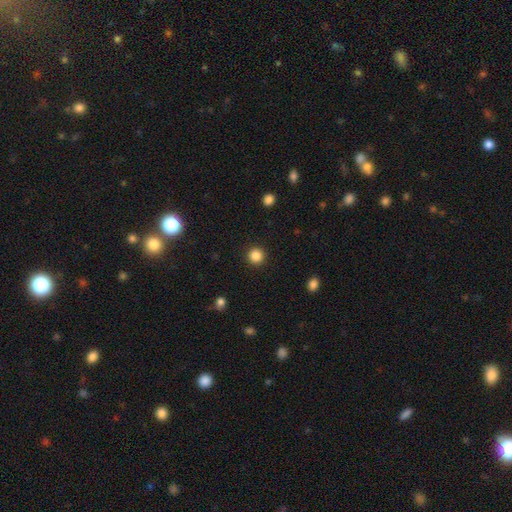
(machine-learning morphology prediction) A smooth galaxy with no disk features (85%) that is round (95%). Merging: none (93%).